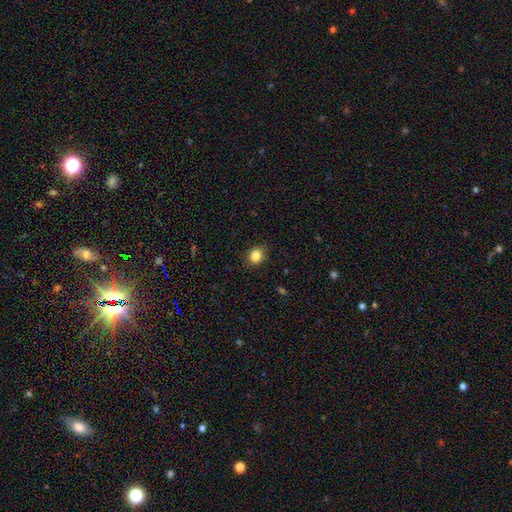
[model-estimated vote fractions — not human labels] Smooth or featured? Predicted: smooth (p=0.84). How rounded? Predicted: round (p=0.64). Merging? Predicted: none (p=0.89).